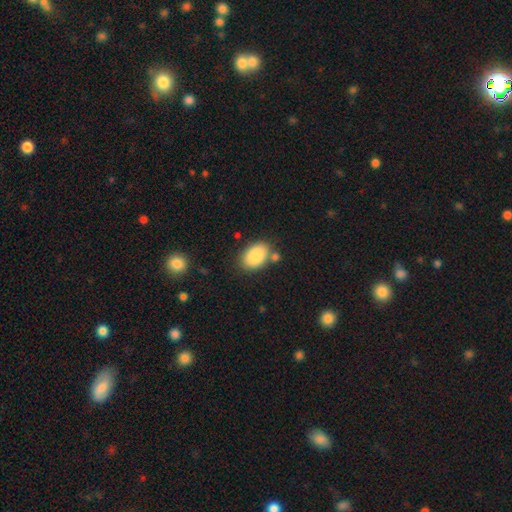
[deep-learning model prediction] smooth_or_featured: smooth (p=0.88) [alt: star or artifact p=0.07]
how_rounded: in between (p=0.89) [alt: round p=0.09]
merging: none (p=0.74) [alt: minor disturbance p=0.14]